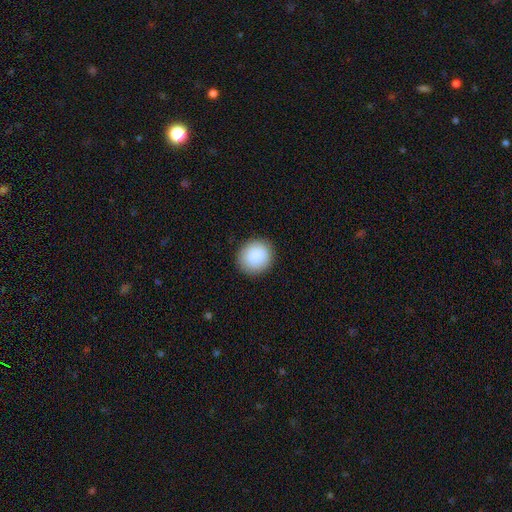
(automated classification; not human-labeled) Smooth or featured? Predicted: smooth (p=0.89). How rounded? Predicted: round (p=0.83). Merging? Predicted: none (p=0.89).